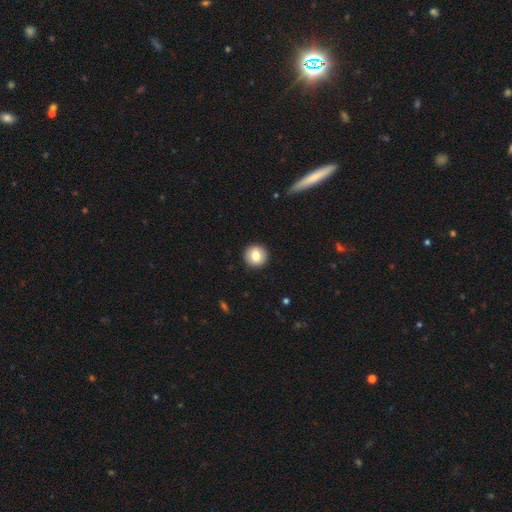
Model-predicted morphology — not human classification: smooth_or_featured: smooth (p=0.78) [alt: featured or disk p=0.14]
how_rounded: round (p=0.95) [alt: in between p=0.05]
merging: none (p=0.92) [alt: minor disturbance p=0.05]